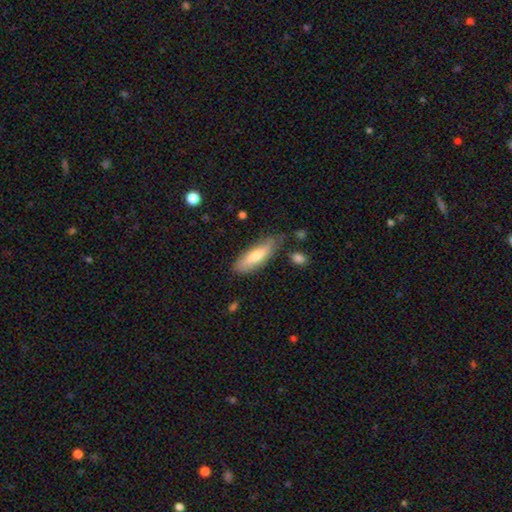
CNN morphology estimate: This is likely a smooth galaxy (70%). How rounded: possibly in between (50%). Merging: likely none (72%).